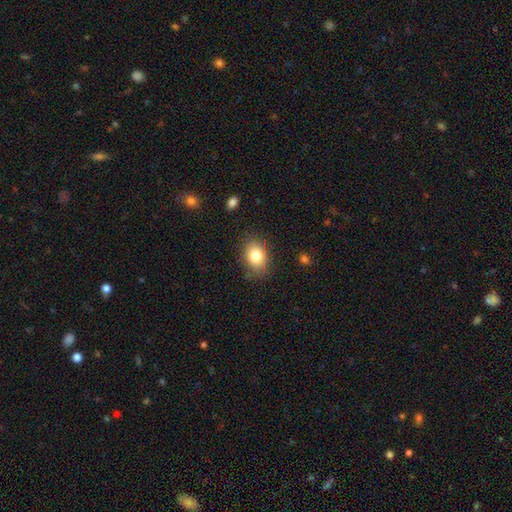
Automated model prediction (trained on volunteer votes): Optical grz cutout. It shows a smooth galaxy with no disk features (82%) that is in between round and cigar-shaped (72%). Merging: none (82%).